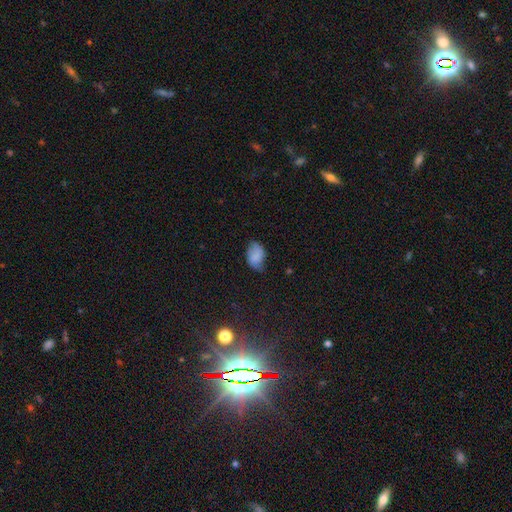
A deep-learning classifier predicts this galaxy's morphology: A smooth galaxy with no disk features (76%) that is in between round and cigar-shaped (86%). Merging: none (52%).